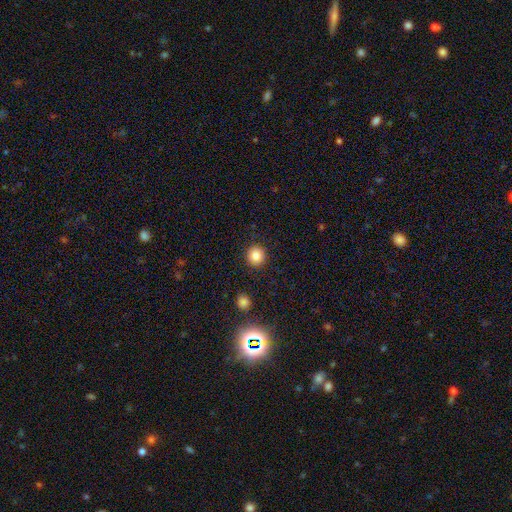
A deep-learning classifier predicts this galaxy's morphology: smooth 84%, star or artifact 11%, featured or disk 5%. Down the decision tree: how rounded — round (92%); merging — none (91%).